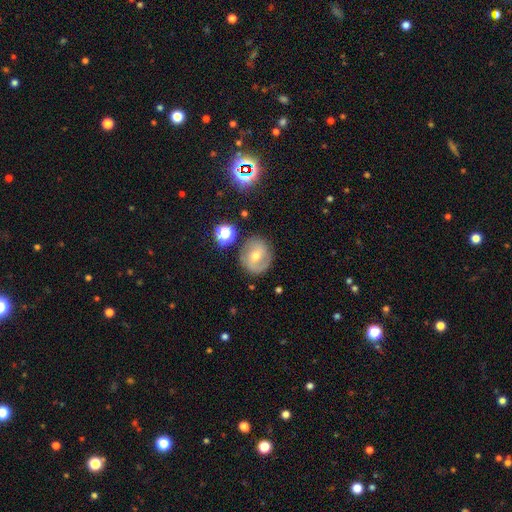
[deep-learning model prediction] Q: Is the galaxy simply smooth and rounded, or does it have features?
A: featured or disk — 57%.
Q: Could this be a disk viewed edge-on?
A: no — 96%.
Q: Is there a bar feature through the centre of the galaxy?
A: weak — 43%.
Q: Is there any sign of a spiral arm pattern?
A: yes — 76%.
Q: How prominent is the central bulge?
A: moderate — 57%.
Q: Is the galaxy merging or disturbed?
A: none — 81%.